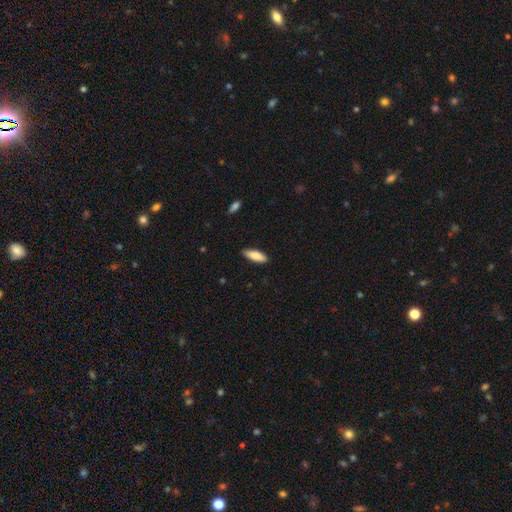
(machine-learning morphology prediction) smooth 82%, featured or disk 12%, star or artifact 6%. Down the decision tree: how rounded — in between (61%); merging — none (87%).